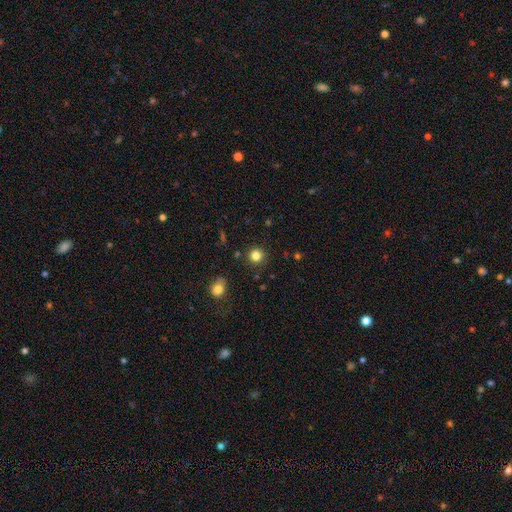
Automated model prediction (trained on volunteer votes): A smooth galaxy with no disk features (82%) that is round (93%). Merging: none (89%).